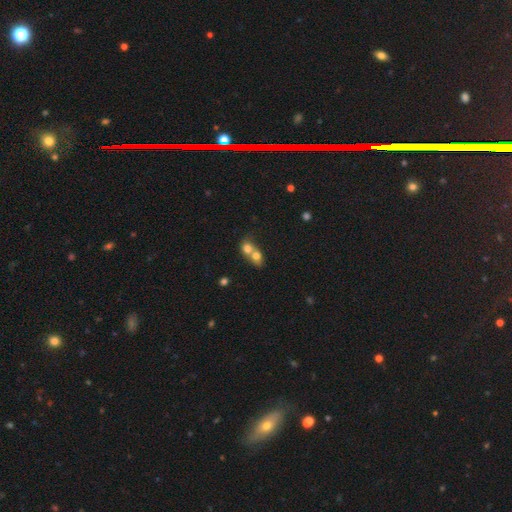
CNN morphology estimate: smooth_or_featured: smooth (p=0.71) [alt: featured or disk p=0.19]
how_rounded: round (p=0.56) [alt: in between p=0.42]
merging: merger (p=0.75) [alt: none p=0.17]